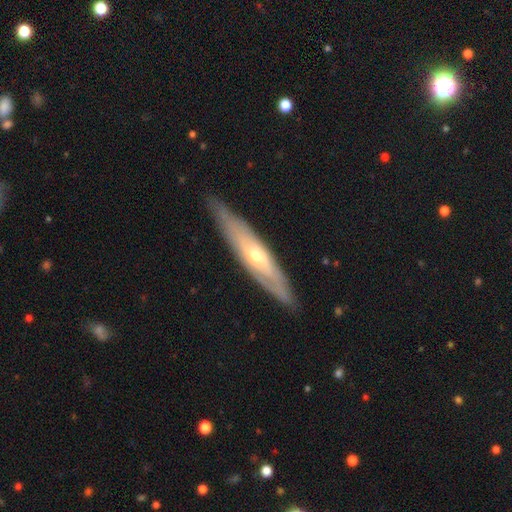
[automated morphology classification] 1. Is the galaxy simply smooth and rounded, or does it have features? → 69% featured or disk, 25% smooth, 6% star or artifact.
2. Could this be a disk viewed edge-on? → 59% yes, 41% no.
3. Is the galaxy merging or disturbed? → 84% none, 12% minor disturbance, 3% major disturbance, 1% merger.